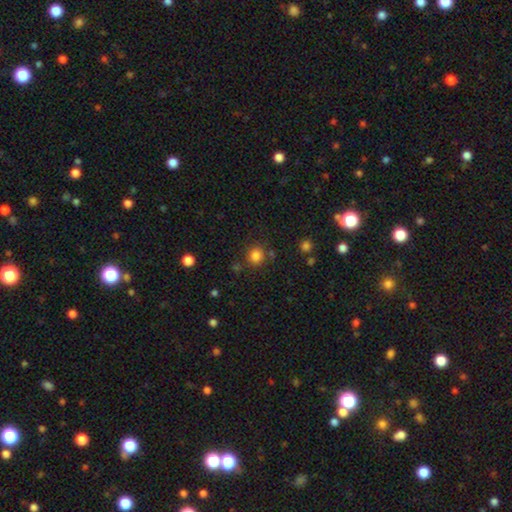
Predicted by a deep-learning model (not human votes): Smooth or featured: smooth — 82% (star or artifact — 13%)
How rounded: round — 86% (in between — 13%)
Merging: none — 79% (minor disturbance — 10%)